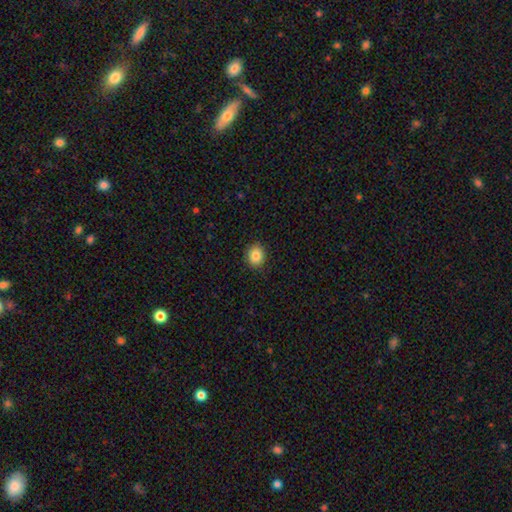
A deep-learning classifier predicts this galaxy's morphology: Smooth or featured? Predicted: smooth (p=0.84). How rounded? Predicted: round (p=0.72). Merging? Predicted: none (p=0.90).